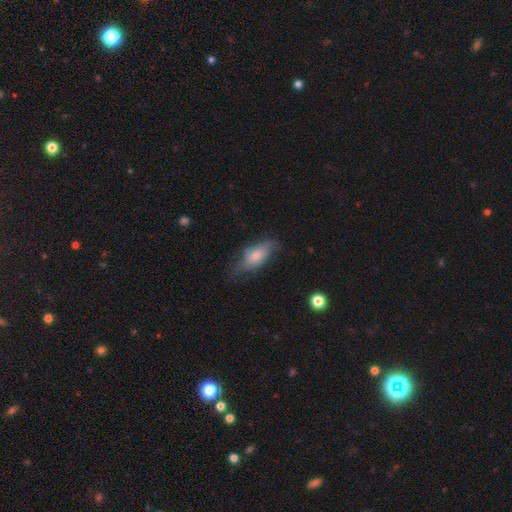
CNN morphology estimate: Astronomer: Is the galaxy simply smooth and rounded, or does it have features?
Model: smooth — 65%.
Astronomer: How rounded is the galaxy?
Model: in between — 77%.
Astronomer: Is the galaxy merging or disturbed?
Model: none — 52% (runner-up: minor disturbance, 33%).